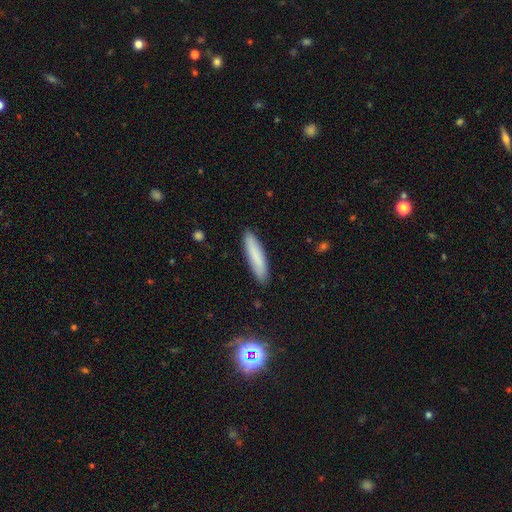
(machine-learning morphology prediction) smooth-or-featured: smooth: 80% | featured or disk: 12% | star or artifact: 8%
  how-rounded: cigar-shaped: 81% | in between: 18% | round: 1%
  merging: none: 88% | minor disturbance: 9% | major disturbance: 2% | merger: 1%